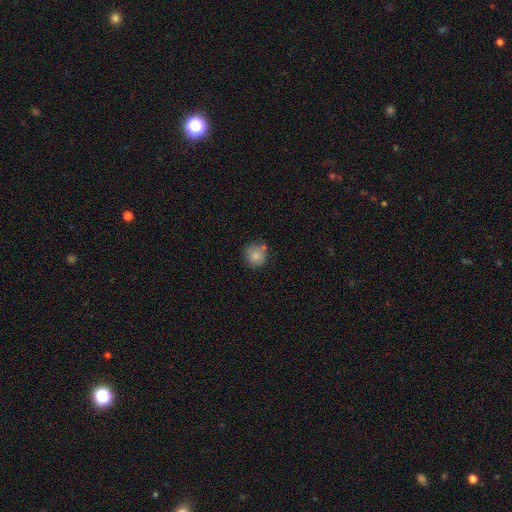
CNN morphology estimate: This appears to be a smooth galaxy with no disk features (82%) that is round (89%). Merging: none (69%).